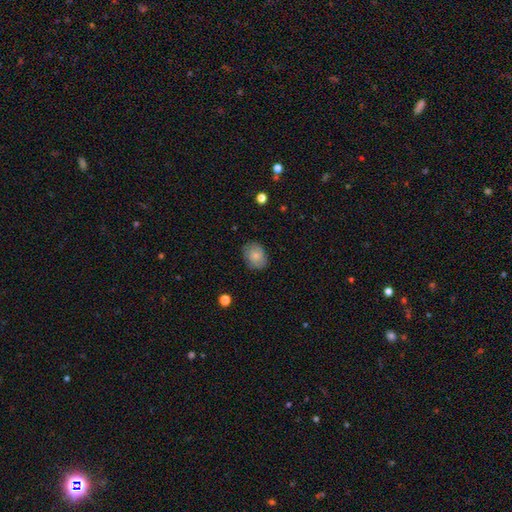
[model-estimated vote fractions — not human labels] Morphology: type=smooth (74%); roundness=in between (59%); merging=none (78%).